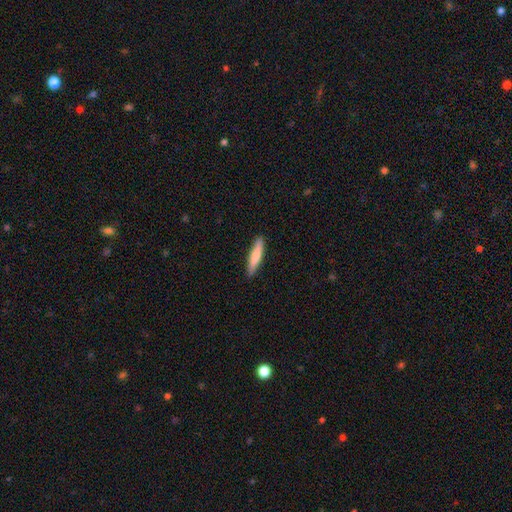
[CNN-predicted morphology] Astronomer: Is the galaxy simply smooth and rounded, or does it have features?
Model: smooth — 76%.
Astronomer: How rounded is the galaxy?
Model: cigar-shaped — 87%.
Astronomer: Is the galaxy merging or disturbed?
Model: none — 89%.